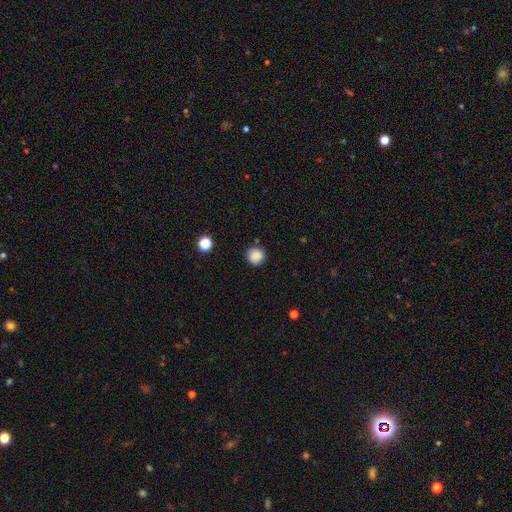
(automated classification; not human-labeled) smooth-or-featured: smooth: 86% | star or artifact: 10% | featured or disk: 4%
  how-rounded: round: 92% | in between: 7% | cigar-shaped: 1%
  merging: none: 86% | minor disturbance: 10% | major disturbance: 3% | merger: 2%